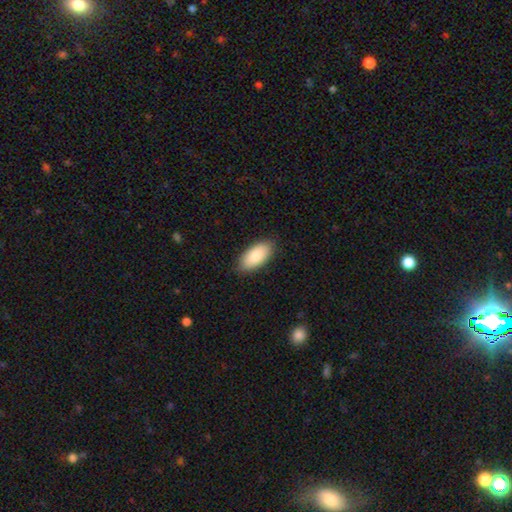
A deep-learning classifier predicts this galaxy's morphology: Smooth or featured? smooth (86%)
How rounded? in between (93%)
Merging? none (86%)